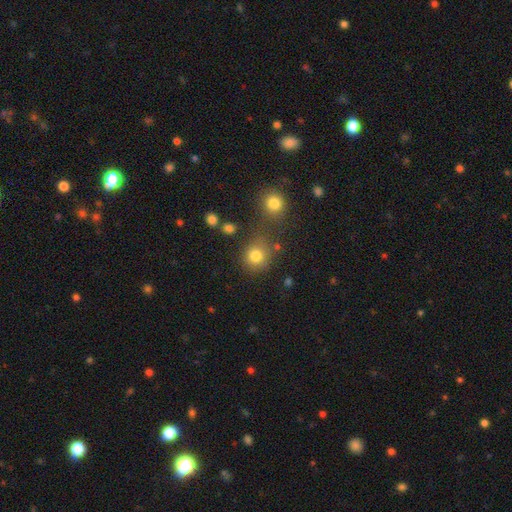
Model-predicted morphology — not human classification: smooth 80%, star or artifact 14%, featured or disk 6%. Down the decision tree: how rounded — round (86%); merging — none (69%).